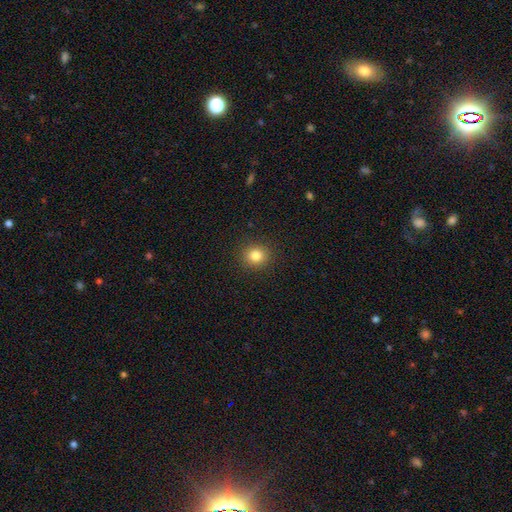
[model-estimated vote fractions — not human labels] Overall: smooth (83%). How rounded: round (85%). Merging: none (91%).